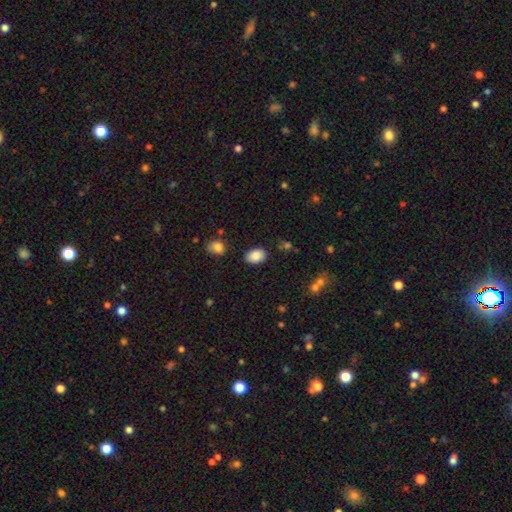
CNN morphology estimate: type=smooth (87%); roundness=in between (83%); merging=none (84%).